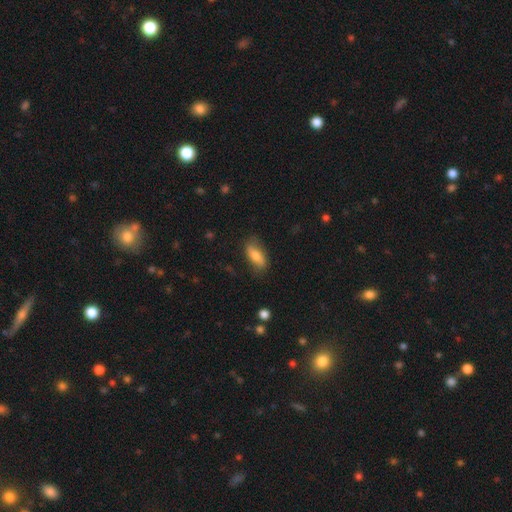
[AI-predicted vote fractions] Overall: smooth (71%). How rounded: in between (78%). Merging: none (76%).